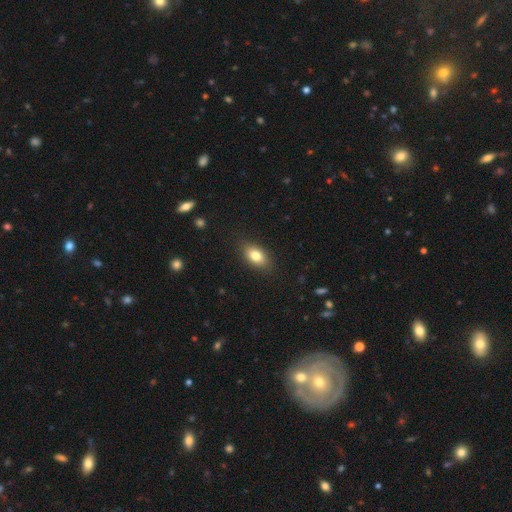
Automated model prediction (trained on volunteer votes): Smooth or featured? smooth (81%)
How rounded? in between (87%)
Merging? none (85%)